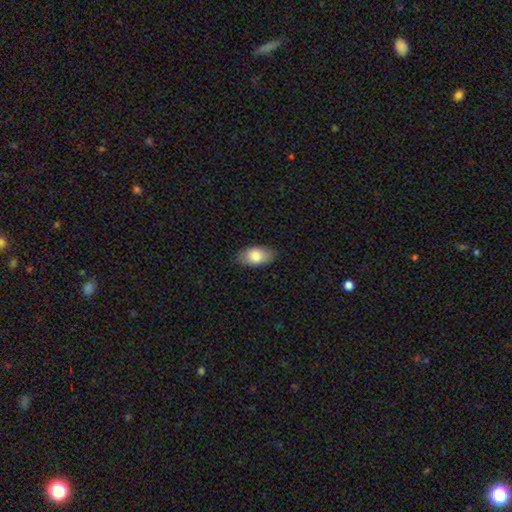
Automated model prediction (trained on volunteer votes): Smooth or featured: smooth — 82% (featured or disk — 11%)
How rounded: in between — 93% (round — 5%)
Merging: none — 82% (minor disturbance — 14%)